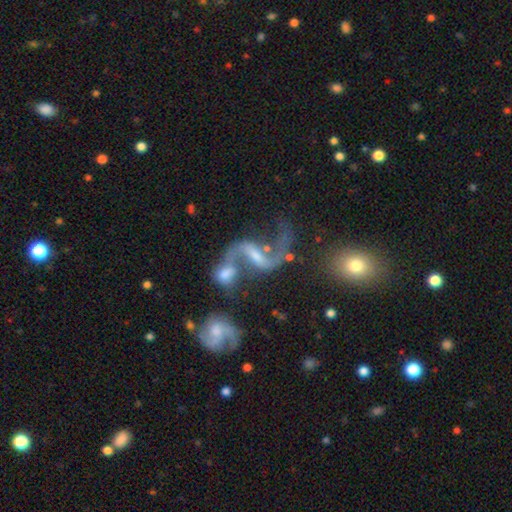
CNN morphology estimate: This is clearly a featured or disk galaxy (87%). It is clearly not viewed edge-on (97%). Bar: marginally weak (43%). Spiral arm pattern: clearly yes (94%). Spiral arm count: clearly 2 (92%). Spiral winding: clearly loose (81%). Central bulge: possibly small (49%). Merging: marginally none (41%).